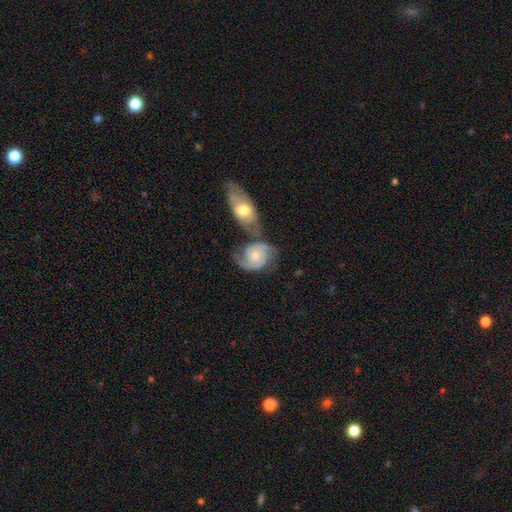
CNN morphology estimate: Smooth or featured?
  - featured or disk: 77% *
  - smooth: 18%
  - star or artifact: 5%
Edge-on disk?
  - no: 97% *
  - yes: 3%
Bar?
  - no: 70% *
  - weak: 26%
  - strong: 4%
Spiral arms?
  - yes: 94% *
  - no: 6%
Spiral winding?
  - medium: 44% *
  - tight: 40%
  - loose: 15%
Spiral arm count?
  - 2: 81% *
  - can't tell: 8%
  - 1: 5%
  - 3: 4%
  - 4: 1%
  - more than 4: 1%
Bulge size?
  - moderate: 55% *
  - small: 33%
  - large: 6%
  - none: 4%
  - dominant: 1%
Merging?
  - merger: 37% *
  - none: 36%
  - minor disturbance: 17%
  - major disturbance: 10%